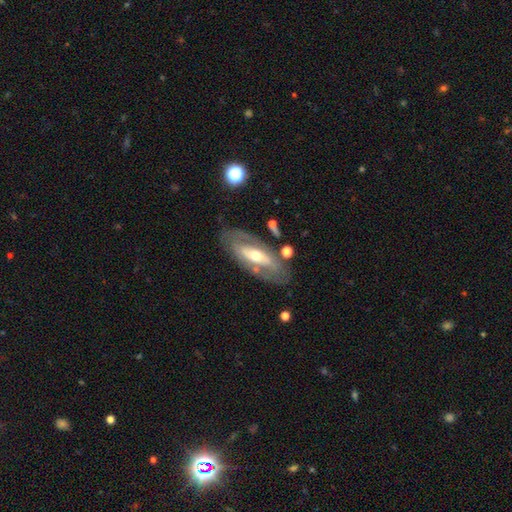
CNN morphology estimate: This appears to be a featured or disk galaxy (69%) with no bar (52%), no spiral arms (60%) and a moderate central bulge (61%). Merging: none (74%).